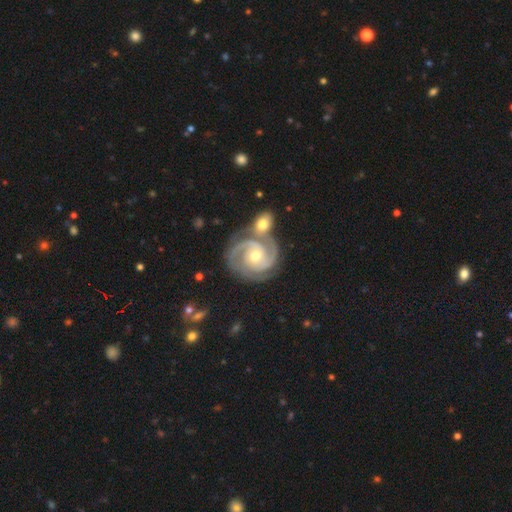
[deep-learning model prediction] The model was most divided on "bulge size": moderate: 62%, small: 34%, large: 2%, none: 1%, dominant: 1%. More confident: spiral arms — yes (98%); edge-on disk — no (98%); smooth or featured — featured or disk (93%); spiral winding — tight (69%); bar — no (65%); spiral arm count — 2 (63%); merging — none (56%).